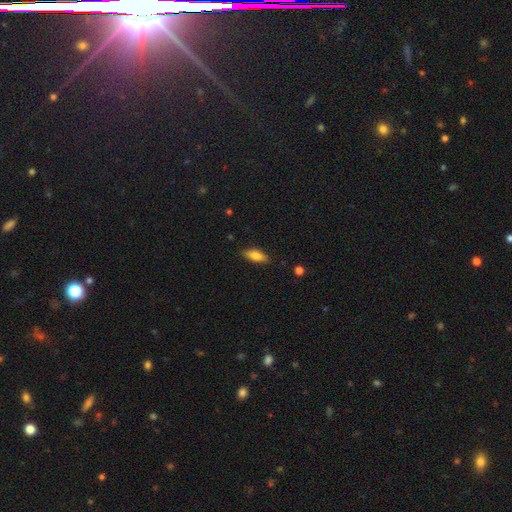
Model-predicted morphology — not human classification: Smooth or featured? Predicted: smooth (p=0.74). How rounded? Predicted: in between (p=0.67). Merging? Predicted: none (p=0.85).